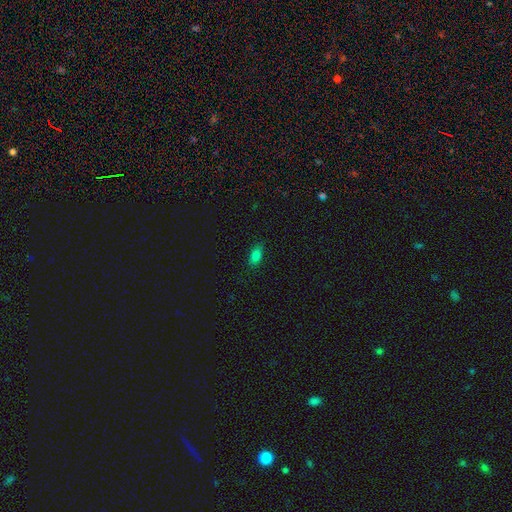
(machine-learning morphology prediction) This appears to be a smooth galaxy with no disk features (81%) that is in between round and cigar-shaped (87%). Merging: none (85%).